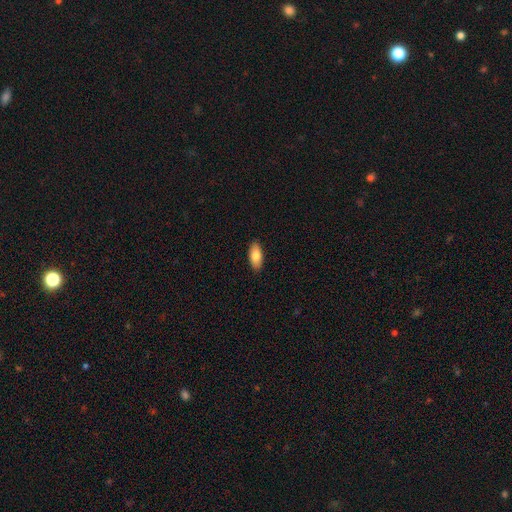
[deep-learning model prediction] Smooth or featured?
  - smooth: 81% *
  - featured or disk: 12%
  - star or artifact: 6%
How rounded?
  - in between: 87% *
  - cigar-shaped: 11%
  - round: 2%
Merging?
  - none: 90% *
  - minor disturbance: 8%
  - major disturbance: 2%
  - merger: 1%